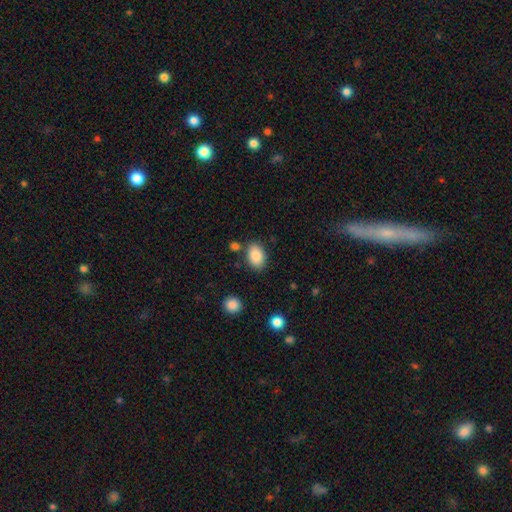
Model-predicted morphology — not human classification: smooth 87%, star or artifact 8%, featured or disk 6%. Down the decision tree: how rounded — in between (88%); merging — none (79%).